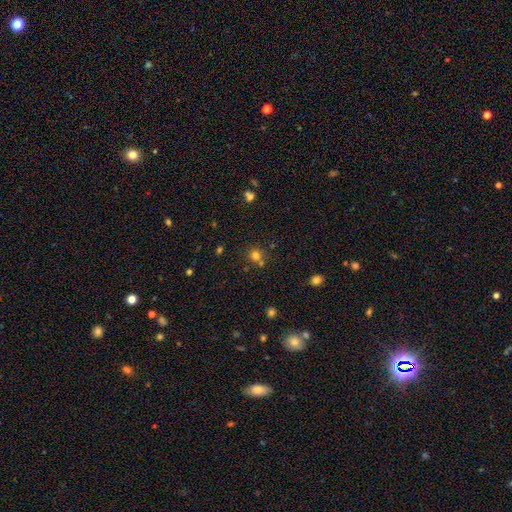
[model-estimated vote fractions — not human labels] A smooth galaxy with no disk features (74%) that is round (88%).

Vote fractions:
- Smooth or featured? smooth: 74% / star or artifact: 19% / featured or disk: 7%
- How rounded? round: 88% / in between: 11% / cigar-shaped: 1%
- Merging? none: 70% / merger: 19% / minor disturbance: 9% / major disturbance: 3%